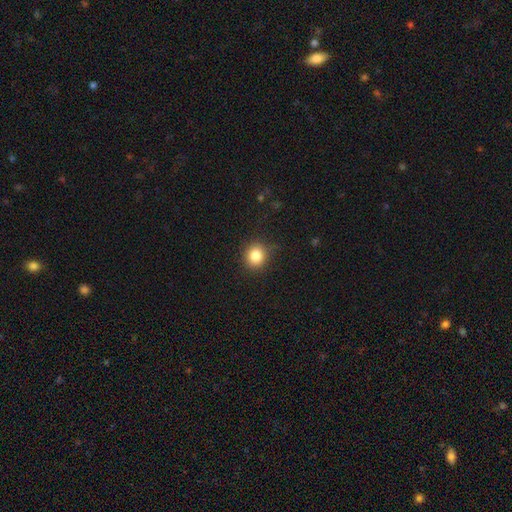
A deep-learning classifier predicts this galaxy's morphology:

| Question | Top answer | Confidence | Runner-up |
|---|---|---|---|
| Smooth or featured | smooth | 84% | star or artifact (11%) |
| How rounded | round | 84% | in between (15%) |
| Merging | none | 85% | minor disturbance (11%) |